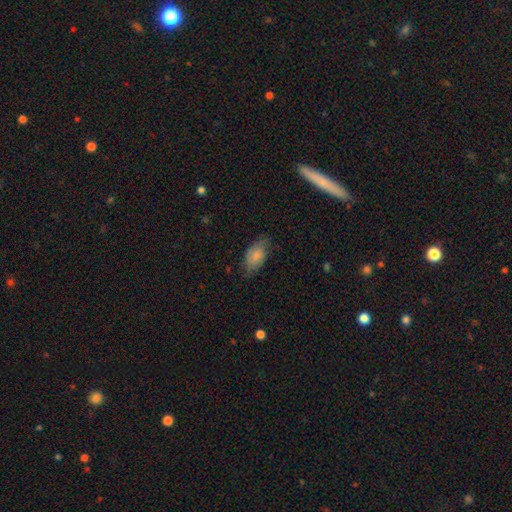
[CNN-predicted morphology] Q: Smooth or featured?
A: smooth (73%); runner-up: featured or disk (20%)
Q: How rounded?
A: in between (93%); runner-up: round (4%)
Q: Merging?
A: none (65%); runner-up: minor disturbance (27%)